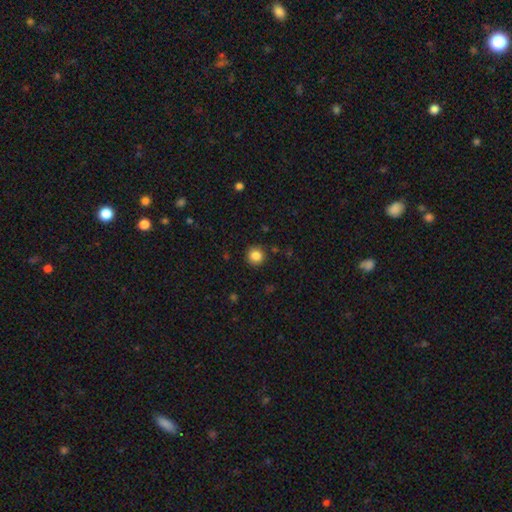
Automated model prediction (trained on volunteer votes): This is clearly a smooth galaxy (85%). How rounded: clearly round (95%). Merging: clearly none (91%).